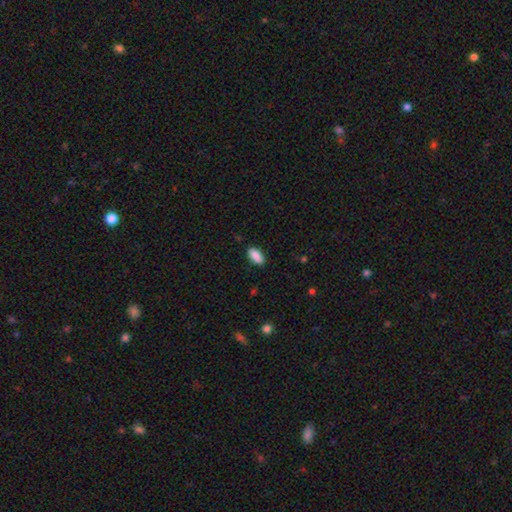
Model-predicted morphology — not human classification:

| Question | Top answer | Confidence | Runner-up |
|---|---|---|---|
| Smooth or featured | smooth | 88% | star or artifact (7%) |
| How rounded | in between | 87% | cigar-shaped (11%) |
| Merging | none | 86% | minor disturbance (10%) |